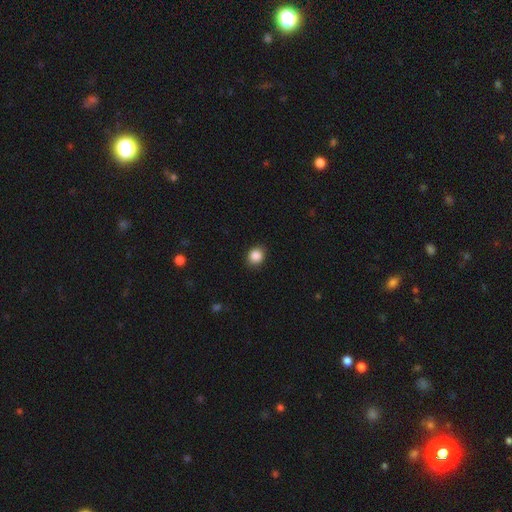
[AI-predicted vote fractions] Smooth or featured? Predicted: smooth (p=0.88). How rounded? Predicted: round (p=0.65). Merging? Predicted: none (p=0.89).